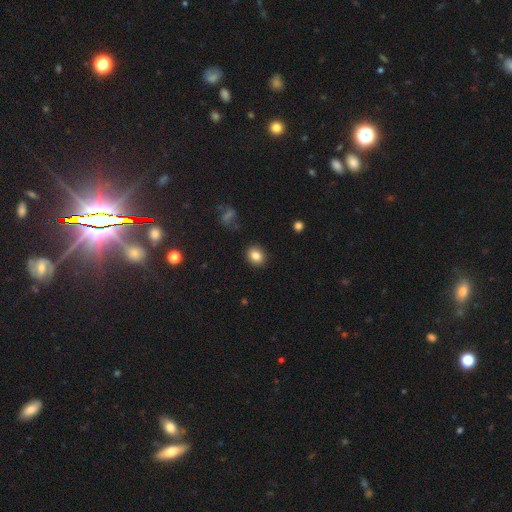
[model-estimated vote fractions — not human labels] The model was most divided on "how rounded": round: 66%, in between: 33%, cigar-shaped: 1%. More confident: merging — none (90%); smooth or featured — smooth (83%).